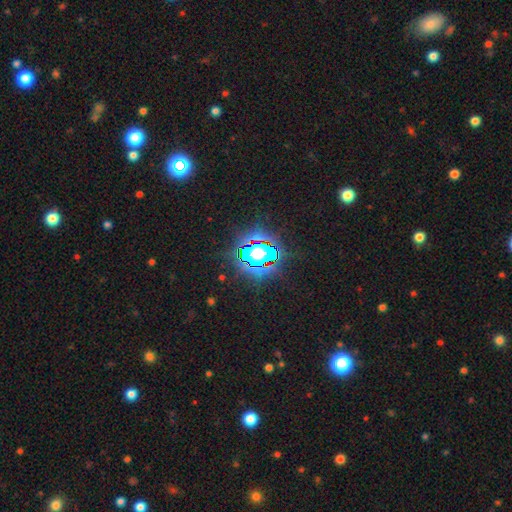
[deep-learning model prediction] Smooth or featured? star or artifact (82%)